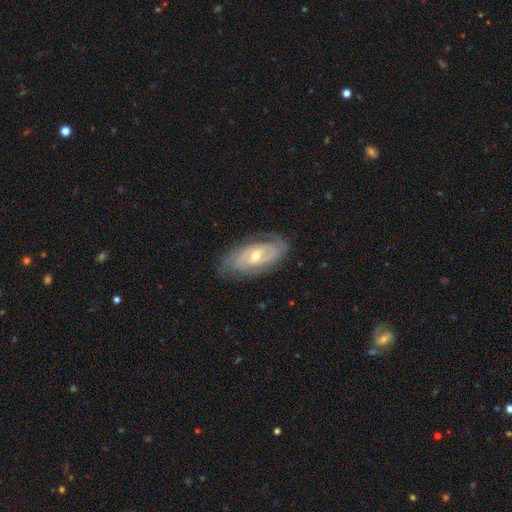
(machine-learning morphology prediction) Smooth or featured?
  - featured or disk: 82% *
  - smooth: 13%
  - star or artifact: 6%
Edge-on disk?
  - no: 92% *
  - yes: 8%
Bar?
  - no: 45% *
  - weak: 39%
  - strong: 15%
Spiral arms?
  - yes: 89% *
  - no: 11%
Spiral winding?
  - tight: 64% *
  - medium: 28%
  - loose: 8%
Spiral arm count?
  - 2: 49% *
  - can't tell: 32%
  - 3: 10%
  - 1: 4%
  - 4: 3%
  - more than 4: 3%
Bulge size?
  - small: 48% * (tied)
  - moderate: 48% * (tied)
  - large: 1%
  - none: 1%
  - dominant: 1%
Merging?
  - none: 77% *
  - minor disturbance: 17%
  - major disturbance: 5%
  - merger: 1%